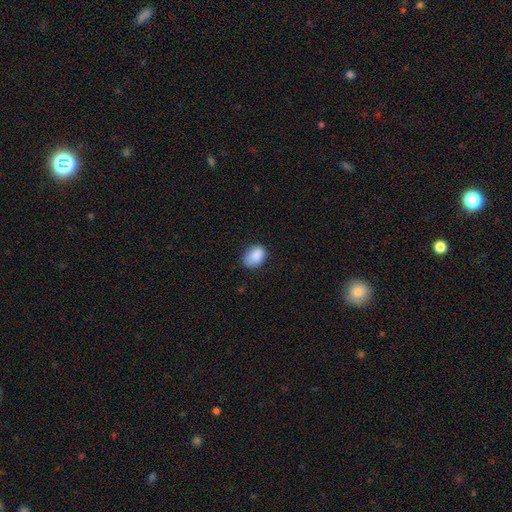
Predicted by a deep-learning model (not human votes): Smooth or featured?
  - smooth: 87% *
  - star or artifact: 8%
  - featured or disk: 5%
How rounded?
  - in between: 74% *
  - round: 25%
  - cigar-shaped: 1%
Merging?
  - none: 70% *
  - minor disturbance: 24%
  - major disturbance: 5%
  - merger: 1%